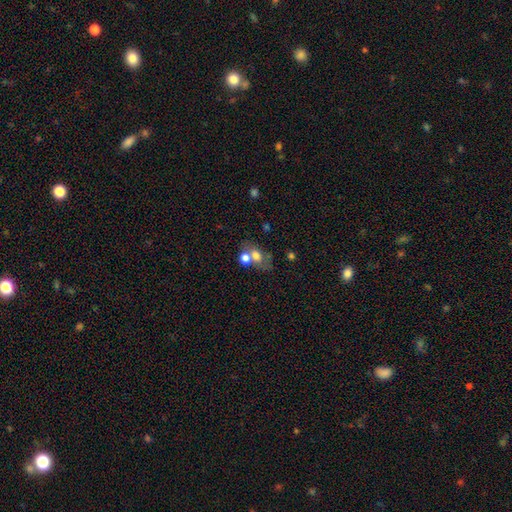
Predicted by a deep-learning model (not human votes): A smooth galaxy with no disk features (65%) that is in between round and cigar-shaped (71%). Merging: merger (44%).